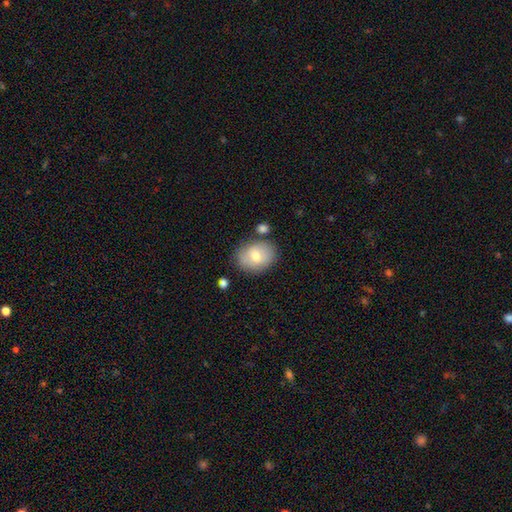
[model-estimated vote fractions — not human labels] Overall: smooth (72%). How rounded: in between (66%; round 32%). Merging: none (76%).